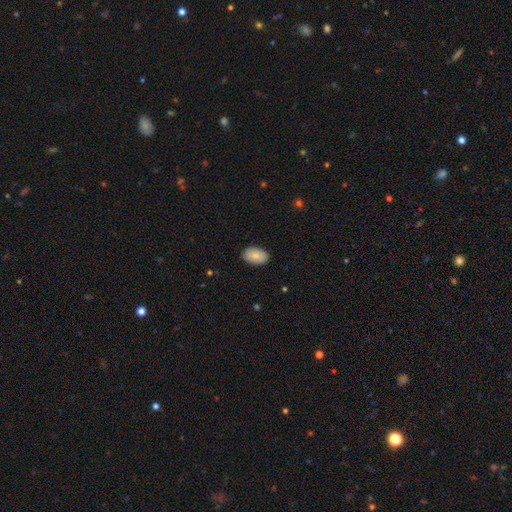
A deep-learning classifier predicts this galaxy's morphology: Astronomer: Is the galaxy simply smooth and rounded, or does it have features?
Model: smooth — 81%.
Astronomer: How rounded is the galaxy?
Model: in between — 93%.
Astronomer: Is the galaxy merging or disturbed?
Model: none — 87%.